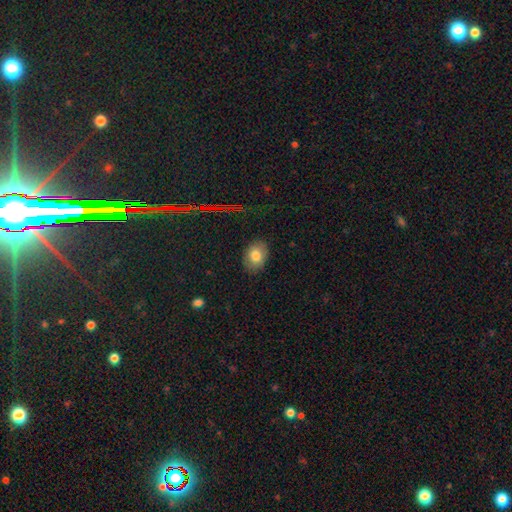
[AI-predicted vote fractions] smooth 78%, featured or disk 12%, star or artifact 10%. Down the decision tree: how rounded — in between (73%); merging — none (85%).